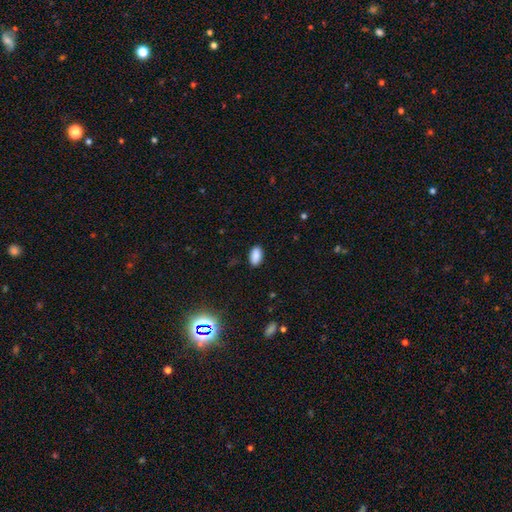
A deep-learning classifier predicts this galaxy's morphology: Smooth or featured: smooth — 88% (star or artifact — 8%)
How rounded: in between — 93% (round — 4%)
Merging: none — 88% (minor disturbance — 9%)